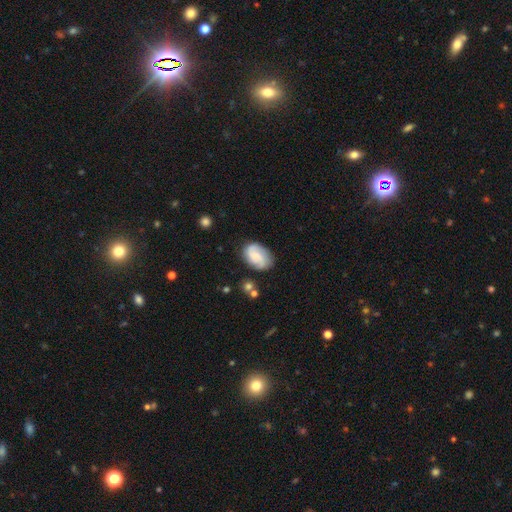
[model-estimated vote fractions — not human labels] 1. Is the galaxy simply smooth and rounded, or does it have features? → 49% featured or disk, 43% smooth, 8% star or artifact.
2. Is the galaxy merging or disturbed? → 72% none, 19% minor disturbance, 6% major disturbance, 3% merger.